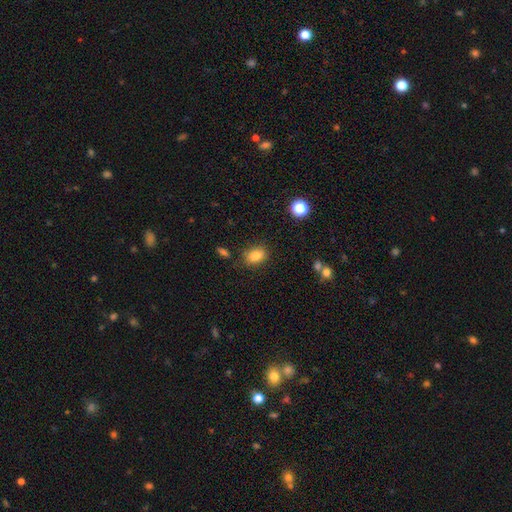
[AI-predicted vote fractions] Smooth or featured? smooth (82%)
How rounded? in between (76%)
Merging? none (82%)